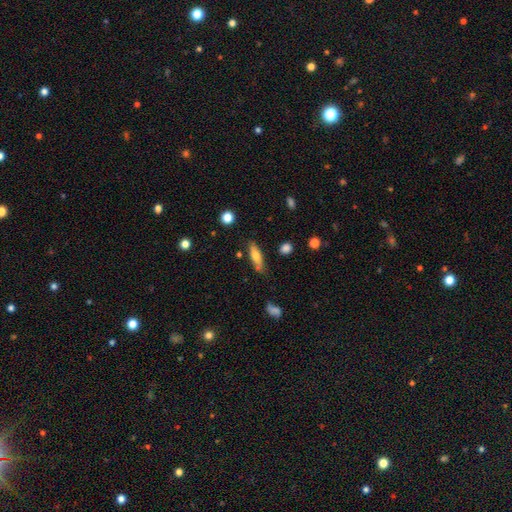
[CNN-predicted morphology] smooth 62%, featured or disk 31%, star or artifact 7%. Down the decision tree: how rounded — cigar-shaped (56%); merging — none (76%).